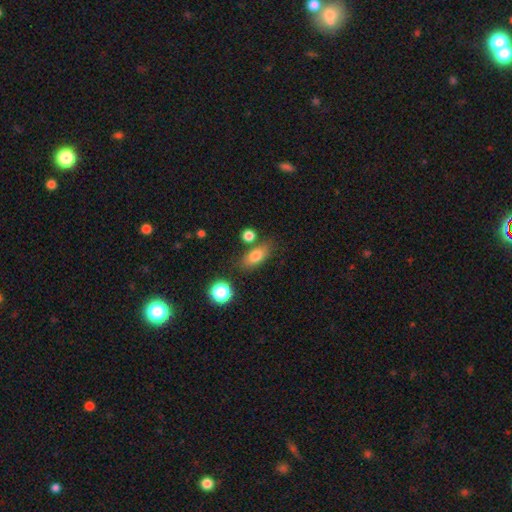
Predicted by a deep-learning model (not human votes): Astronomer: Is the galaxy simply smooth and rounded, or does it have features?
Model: smooth — 77%.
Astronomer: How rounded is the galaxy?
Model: in between — 77%.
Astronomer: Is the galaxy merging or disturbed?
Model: none — 72%.